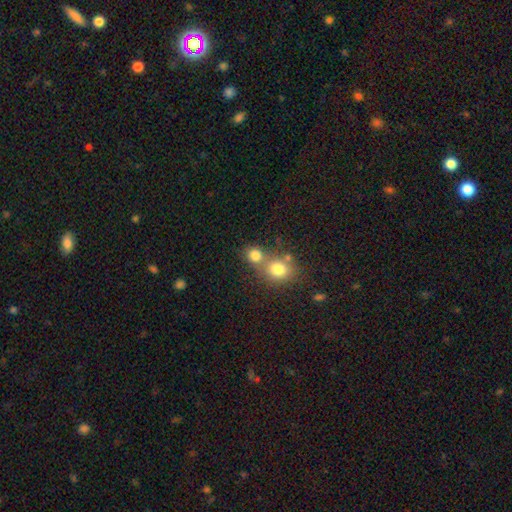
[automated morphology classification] smooth-or-featured: smooth: 79% | star or artifact: 12% | featured or disk: 8%
  how-rounded: round: 80% | in between: 18% | cigar-shaped: 1%
  merging: none: 46% | merger: 44% | minor disturbance: 7% | major disturbance: 3%